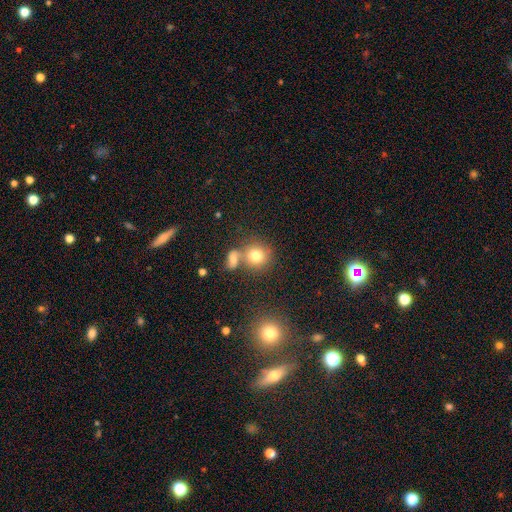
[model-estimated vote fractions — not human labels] A smooth galaxy with no disk features (77%) that is round (82%). Merging: none (54%).